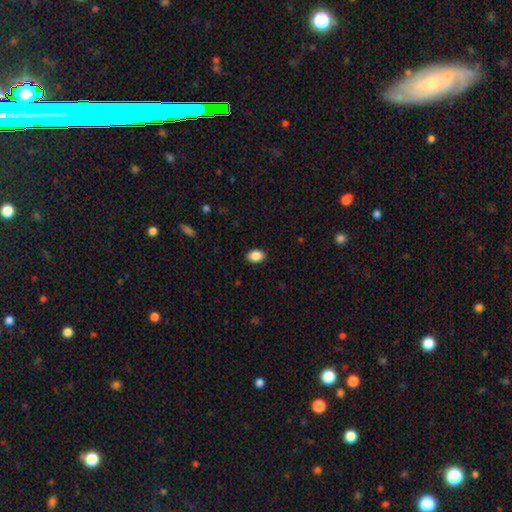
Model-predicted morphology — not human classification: type=smooth (89%); roundness=in between (78%); merging=none (90%).